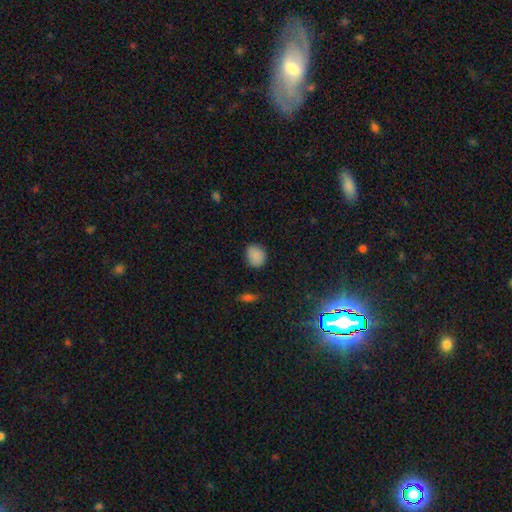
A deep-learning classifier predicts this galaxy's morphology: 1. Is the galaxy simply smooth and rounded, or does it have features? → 87% smooth, 10% star or artifact, 4% featured or disk.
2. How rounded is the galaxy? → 59% round, 40% in between, 1% cigar-shaped.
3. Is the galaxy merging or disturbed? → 84% none, 12% minor disturbance, 3% major disturbance, 1% merger.